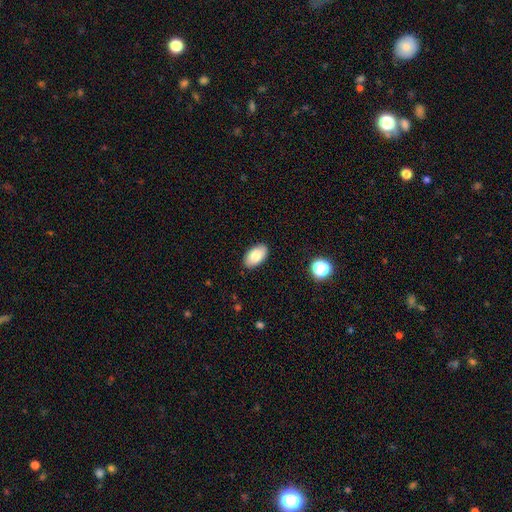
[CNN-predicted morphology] Overall: smooth (82%). How rounded: in between (94%). Merging: none (88%).